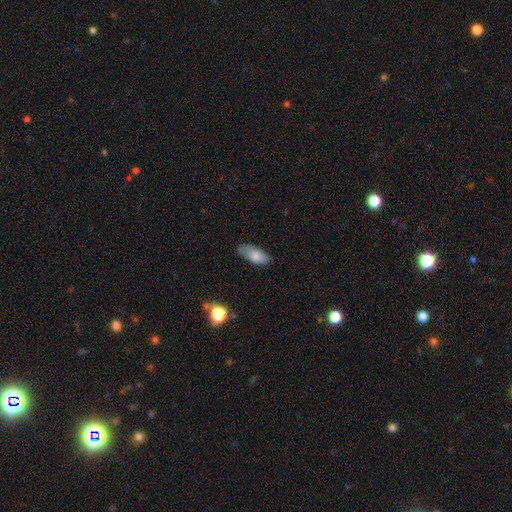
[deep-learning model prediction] A smooth galaxy with no disk features (78%) that is in between round and cigar-shaped (84%). Merging: none (70%).